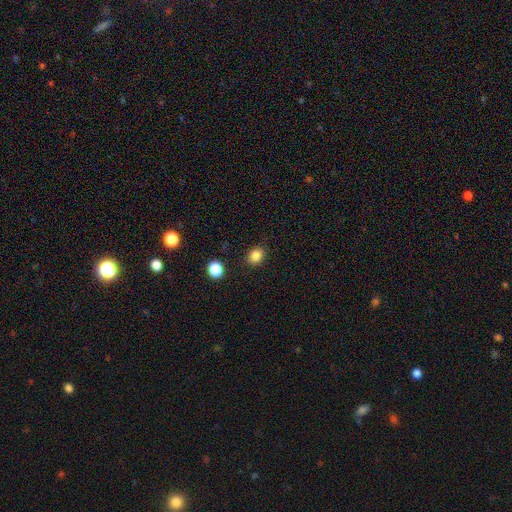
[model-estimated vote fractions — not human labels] smooth-or-featured: smooth: 84% | star or artifact: 11% | featured or disk: 4%
  how-rounded: round: 58% | in between: 42% | cigar-shaped: 1%
  merging: none: 87% | minor disturbance: 9% | major disturbance: 2% | merger: 2%